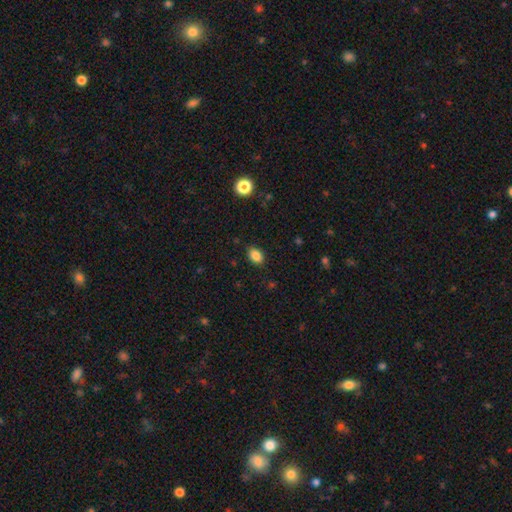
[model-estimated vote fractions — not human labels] Overall: smooth (86%). How rounded: in between (82%). Merging: none (86%).